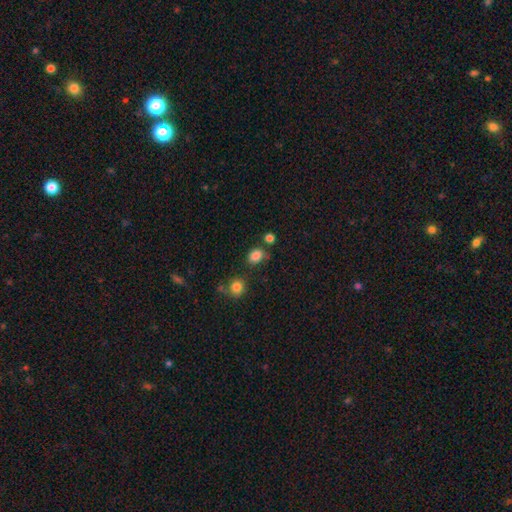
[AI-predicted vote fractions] This is clearly a smooth galaxy (83%). How rounded: possibly round (56%). Merging: likely none (67%).